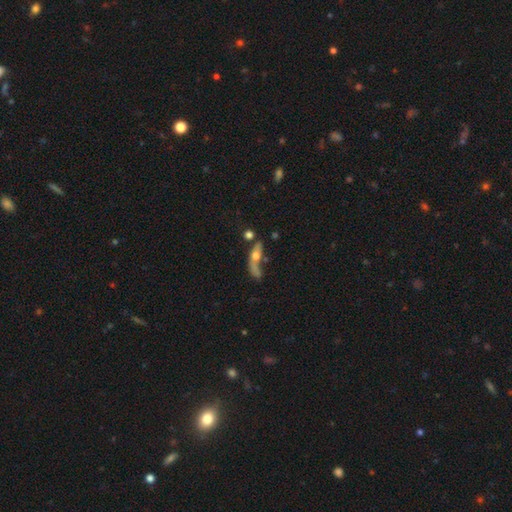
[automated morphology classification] Smooth or featured?
  - smooth: 45% *
  - featured or disk: 44%
  - star or artifact: 11%
Merging?
  - major disturbance: 29% *
  - merger: 27%
  - none: 27%
  - minor disturbance: 17%